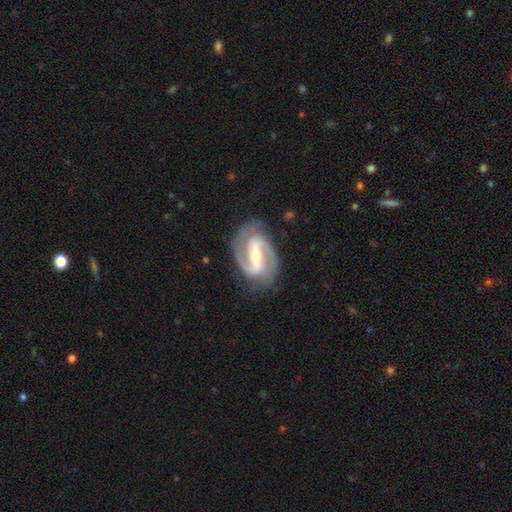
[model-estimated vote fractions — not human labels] Morphology: type=featured or disk (92%); edge-on=no (97%); bar=strong (68%); spiral arms=yes (98%); winding=medium (54%); arm count=2 (92%); bulge=small (56%); merging=none (81%).